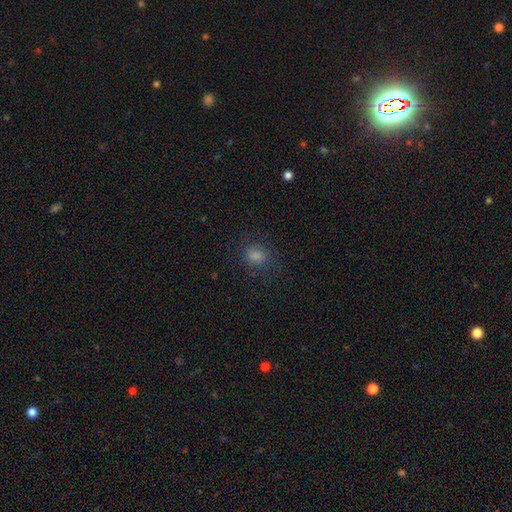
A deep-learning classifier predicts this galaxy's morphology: Q: Smooth or featured?
A: smooth (70%); runner-up: star or artifact (20%)
Q: How rounded?
A: round (69%); runner-up: in between (30%)
Q: Merging?
A: none (78%); runner-up: minor disturbance (13%)